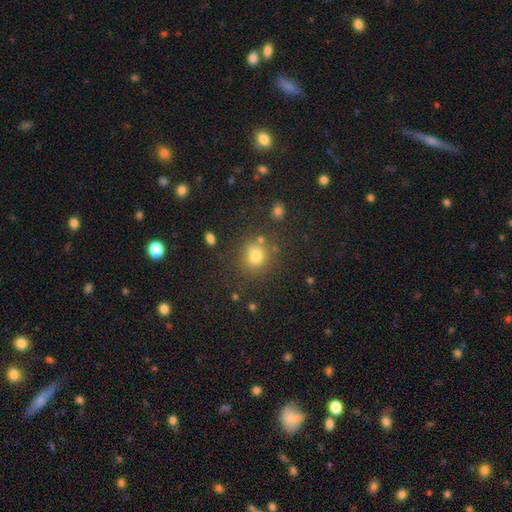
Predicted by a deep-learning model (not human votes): Overall: smooth (75%). How rounded: round (85%). Merging: none (78%).